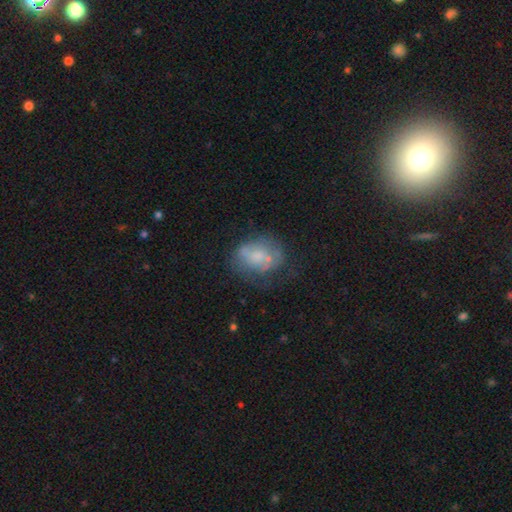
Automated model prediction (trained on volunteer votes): The model was most divided on "smooth or featured": smooth: 48%, featured or disk: 41%, star or artifact: 11%. More confident: merging — none (52%).